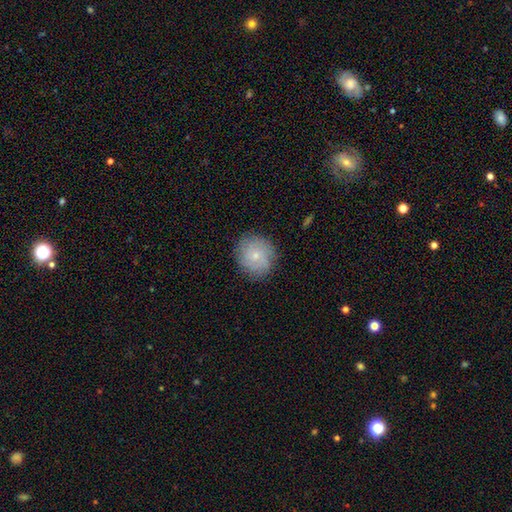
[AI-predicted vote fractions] Smooth or featured: featured or disk — 47% (smooth — 43%)
Merging: none — 84% (minor disturbance — 11%)